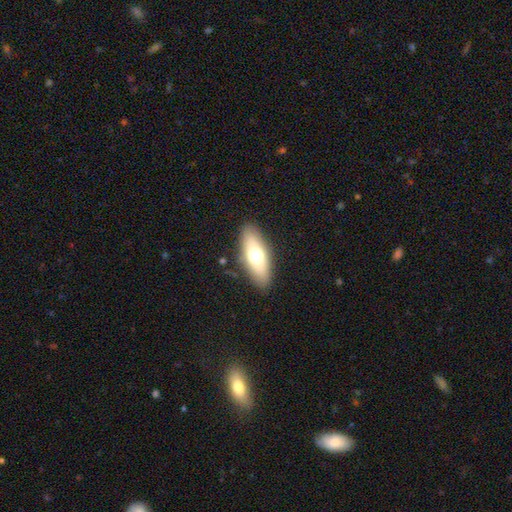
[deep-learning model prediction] smooth_or_featured: smooth (p=0.62) [alt: featured or disk p=0.31]
how_rounded: in between (p=0.73) [alt: cigar-shaped p=0.24]
merging: none (p=0.87) [alt: minor disturbance p=0.09]